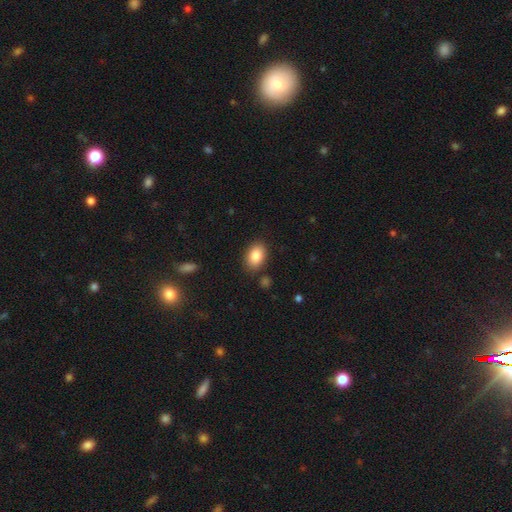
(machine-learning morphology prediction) type=smooth (86%); roundness=in between (85%); merging=none (84%).